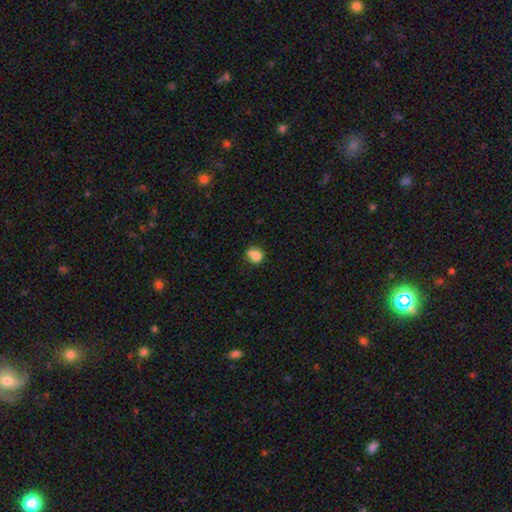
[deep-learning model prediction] smooth 77%, featured or disk 12%, star or artifact 11%. Down the decision tree: how rounded — round (76%); merging — none (48%).